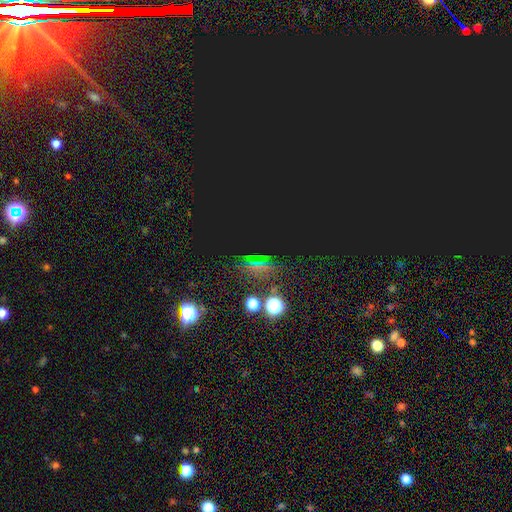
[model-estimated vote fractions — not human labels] star or artifact 71%, smooth 19%, featured or disk 10%.